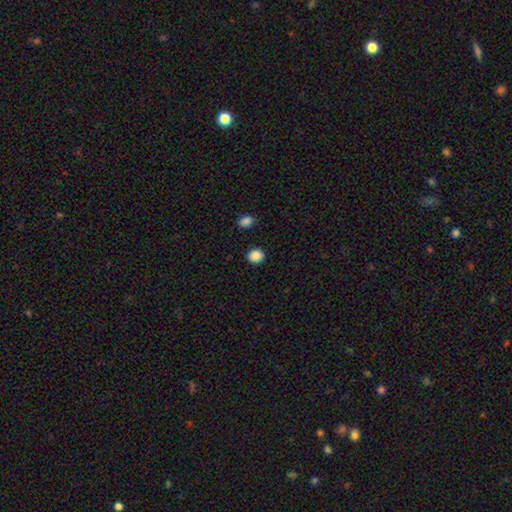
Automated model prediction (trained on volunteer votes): Smooth or featured?
  - smooth: 88% *
  - star or artifact: 9%
  - featured or disk: 3%
How rounded?
  - round: 81% *
  - in between: 18%
  - cigar-shaped: 1%
Merging?
  - none: 91% *
  - minor disturbance: 6%
  - major disturbance: 2%
  - merger: 2%